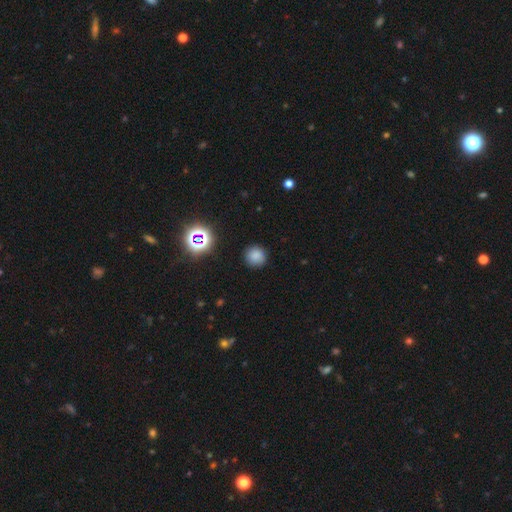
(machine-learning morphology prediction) type=smooth (79%); roundness=round (93%); merging=none (89%).